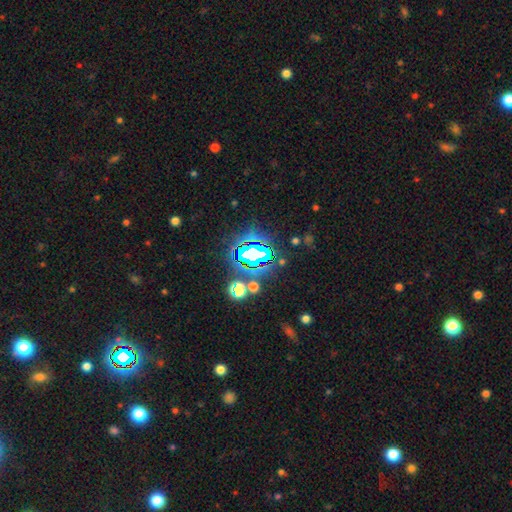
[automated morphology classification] Smooth or featured: star or artifact — 78% (smooth — 12%)